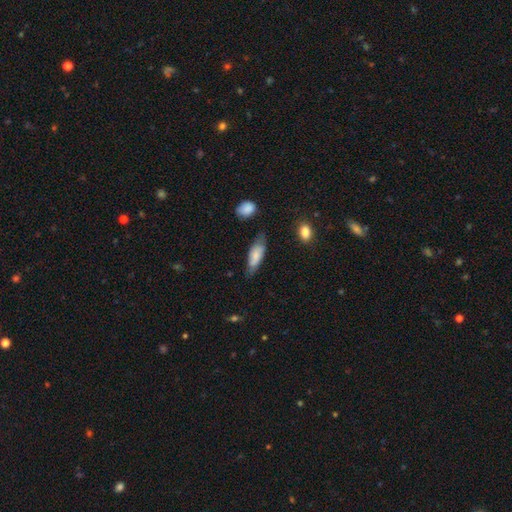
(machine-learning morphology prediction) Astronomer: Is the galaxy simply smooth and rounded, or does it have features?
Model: smooth — 73%.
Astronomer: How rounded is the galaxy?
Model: in between — 63%.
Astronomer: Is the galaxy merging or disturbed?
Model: none — 60%.